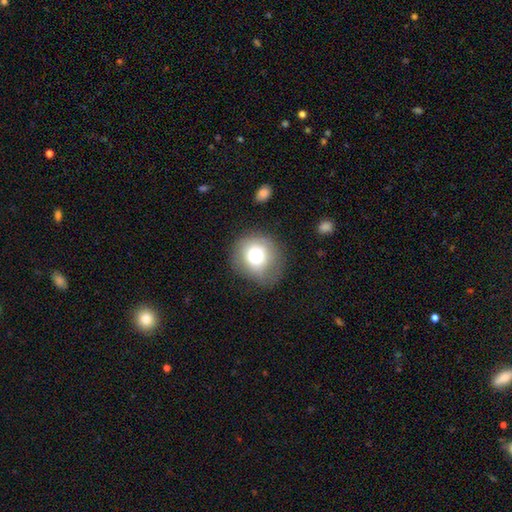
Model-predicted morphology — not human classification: Smooth or featured? Predicted: smooth (p=0.74). How rounded? Predicted: round (p=0.82). Merging? Predicted: none (p=0.64).